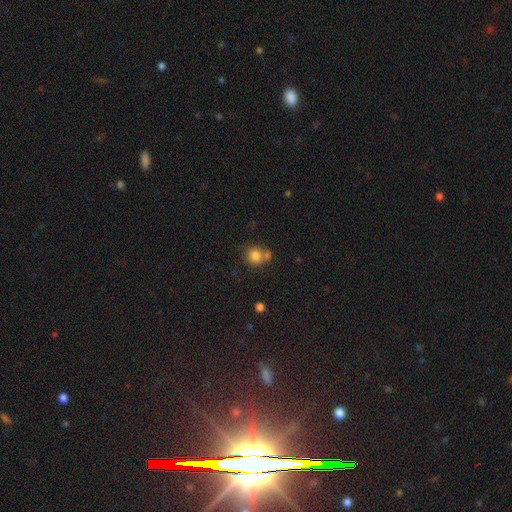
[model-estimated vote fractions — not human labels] Smooth or featured?
  - smooth: 80% *
  - star or artifact: 11%
  - featured or disk: 9%
How rounded?
  - round: 86% *
  - in between: 13%
  - cigar-shaped: 1%
Merging?
  - none: 53% *
  - merger: 32%
  - minor disturbance: 11%
  - major disturbance: 4%